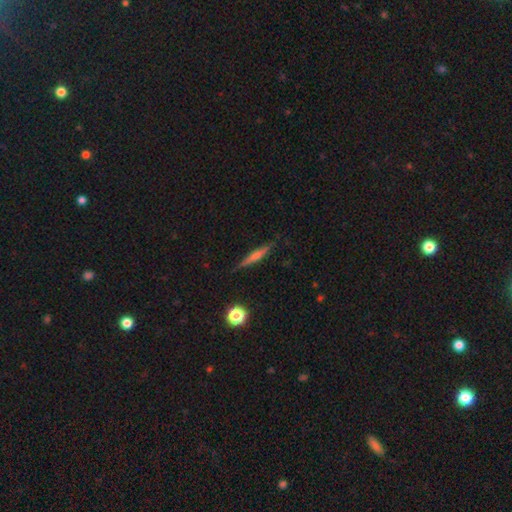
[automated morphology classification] Smooth or featured? featured or disk (55%)
Edge-on disk? yes (96%)
Edge-on bulge? rounded (63%)
Merging? none (87%)